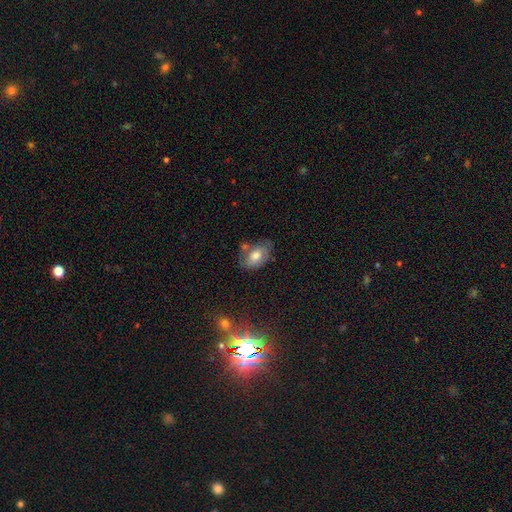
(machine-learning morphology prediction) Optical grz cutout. It shows a smooth galaxy with no disk features (67%) that is in between round and cigar-shaped (84%). Merging: none (54%).